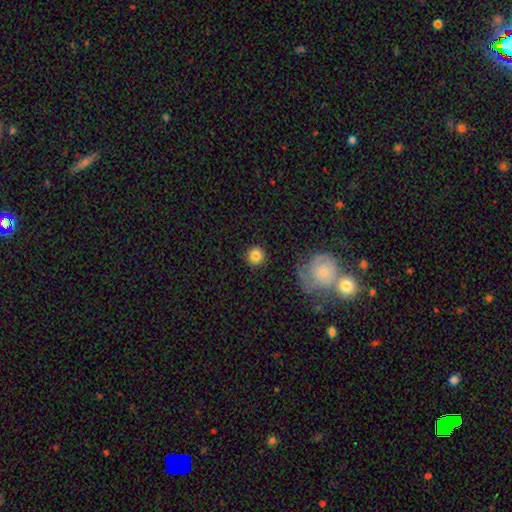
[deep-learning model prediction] smooth-or-featured: smooth: 83% | star or artifact: 10% | featured or disk: 8%
  how-rounded: round: 94% | in between: 5% | cigar-shaped: 1%
  merging: none: 89% | minor disturbance: 6% | major disturbance: 2% | merger: 2%